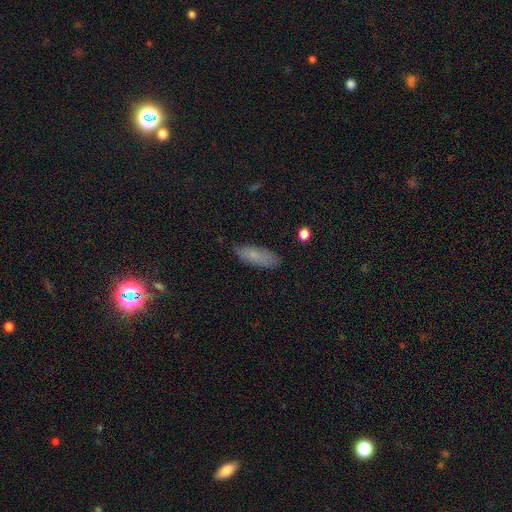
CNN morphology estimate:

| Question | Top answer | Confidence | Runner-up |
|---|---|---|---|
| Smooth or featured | smooth | 74% | featured or disk (17%) |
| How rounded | in between | 66% | cigar-shaped (32%) |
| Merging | none | 79% | minor disturbance (17%) |